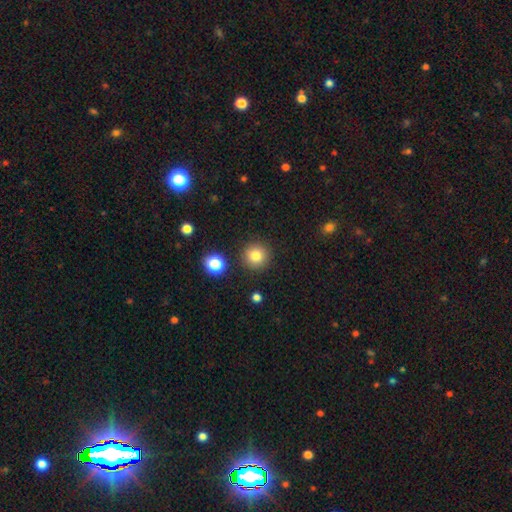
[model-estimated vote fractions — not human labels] Smooth or featured? smooth (81%)
How rounded? round (95%)
Merging? none (88%)